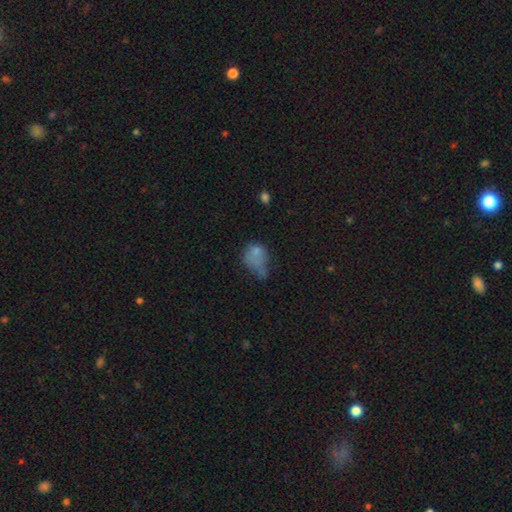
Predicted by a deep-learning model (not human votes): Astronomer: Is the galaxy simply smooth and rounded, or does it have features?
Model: smooth — 68%.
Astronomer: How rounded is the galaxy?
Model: in between — 58% (runner-up: round, 40%).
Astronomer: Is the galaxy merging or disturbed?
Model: major disturbance — 39% (runner-up: minor disturbance, 26%).